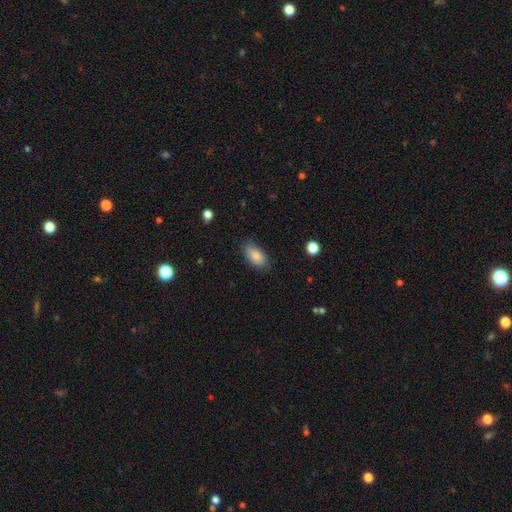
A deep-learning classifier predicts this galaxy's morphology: The model was most divided on "merging": none: 78%, minor disturbance: 17%, major disturbance: 4%, merger: 1%. More confident: how rounded — in between (93%); smooth or featured — smooth (85%).